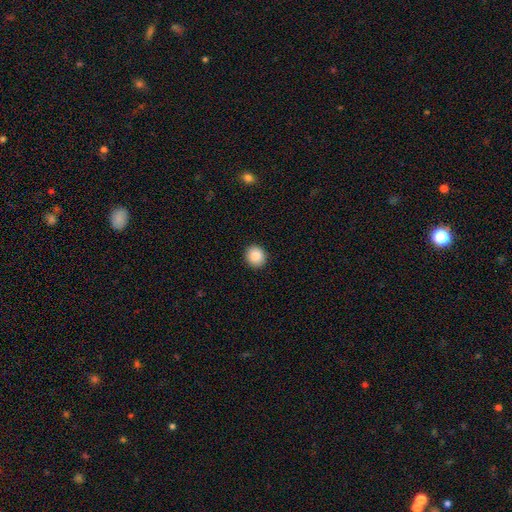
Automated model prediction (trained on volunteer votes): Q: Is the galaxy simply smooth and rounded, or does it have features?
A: smooth — 87%.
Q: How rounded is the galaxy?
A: round — 88%.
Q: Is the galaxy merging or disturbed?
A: none — 92%.